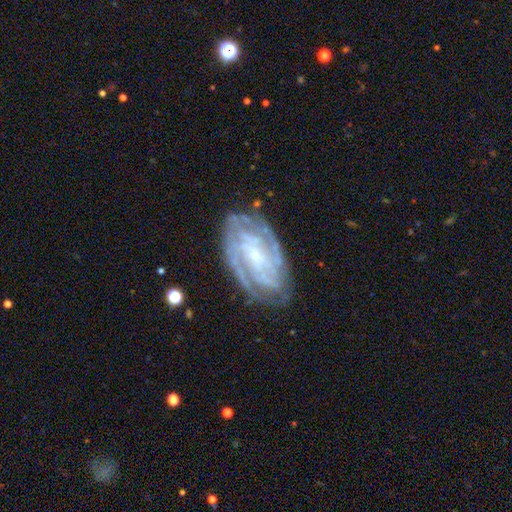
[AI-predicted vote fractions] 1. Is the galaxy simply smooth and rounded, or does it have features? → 86% featured or disk, 8% smooth, 6% star or artifact.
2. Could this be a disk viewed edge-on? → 95% no, 5% yes.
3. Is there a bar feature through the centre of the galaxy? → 44% no, 38% weak, 18% strong.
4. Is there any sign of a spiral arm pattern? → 96% yes, 4% no.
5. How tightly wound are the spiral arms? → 68% tight, 27% medium, 5% loose.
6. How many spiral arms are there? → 30% can't tell, 20% 2, 20% 3, 17% 4, 7% more than 4, 6% 1.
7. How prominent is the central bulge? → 74% small, 18% moderate, 6% none, 2% large, 1% dominant.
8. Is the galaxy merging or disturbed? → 75% none, 17% minor disturbance, 6% major disturbance, 2% merger.